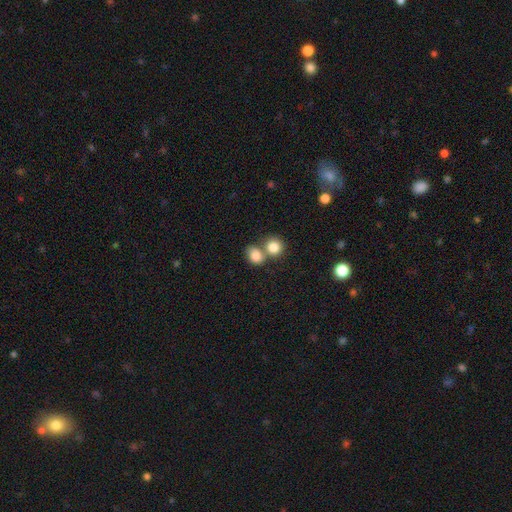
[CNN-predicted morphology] type=smooth (83%); roundness=round (58%); merging=merger (51%).